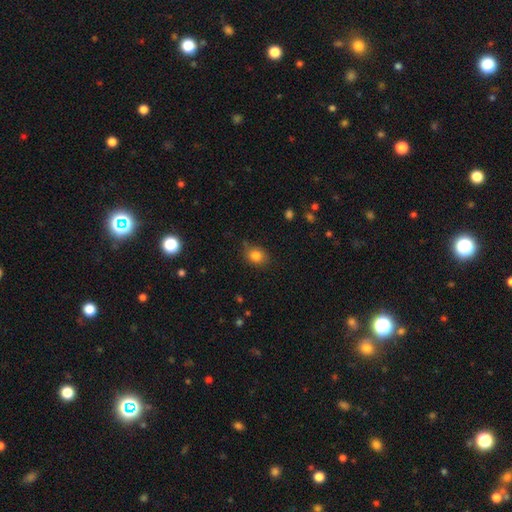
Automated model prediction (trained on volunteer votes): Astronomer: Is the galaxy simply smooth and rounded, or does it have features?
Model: smooth — 83%.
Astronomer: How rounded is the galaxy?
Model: in between — 50% (runner-up: round, 49%).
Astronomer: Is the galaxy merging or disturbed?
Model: none — 78%.